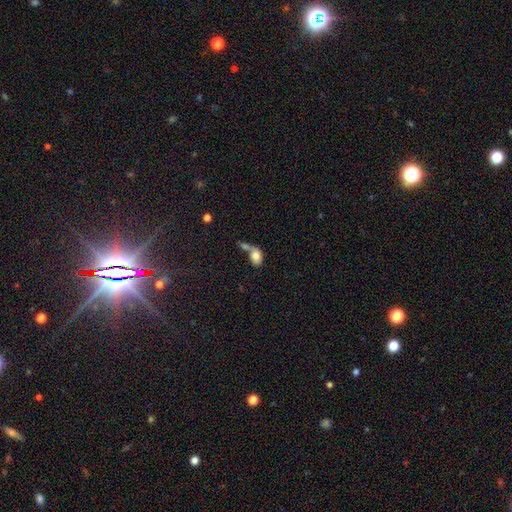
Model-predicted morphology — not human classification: Smooth or featured? Predicted: smooth (p=0.78). How rounded? Predicted: in between (p=0.80). Merging? Predicted: merger (p=0.57).